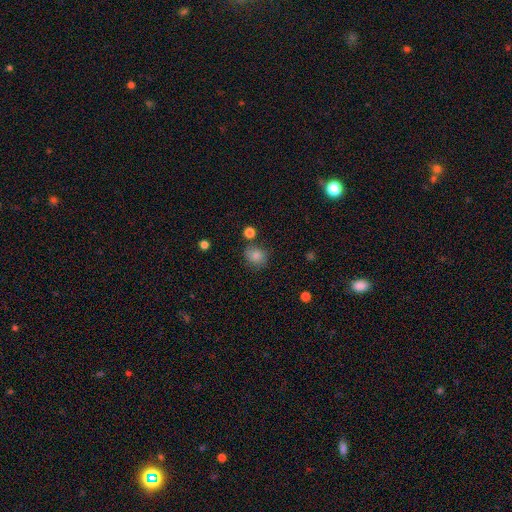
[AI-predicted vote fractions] Overall: smooth (83%). How rounded: round (76%). Merging: none (73%).